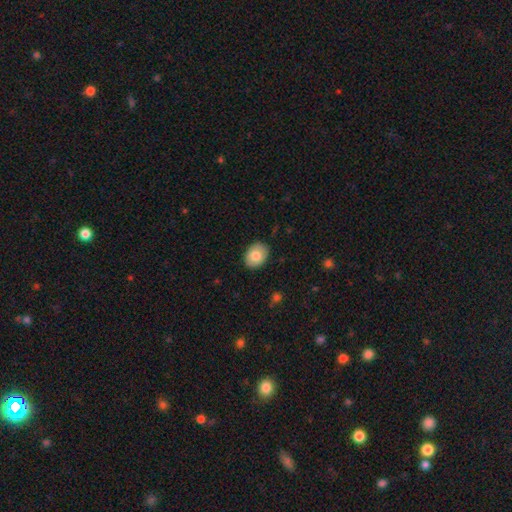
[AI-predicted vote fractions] The model was most divided on "how rounded": in between: 68%, round: 31%, cigar-shaped: 1%. More confident: merging — none (88%); smooth or featured — smooth (80%).